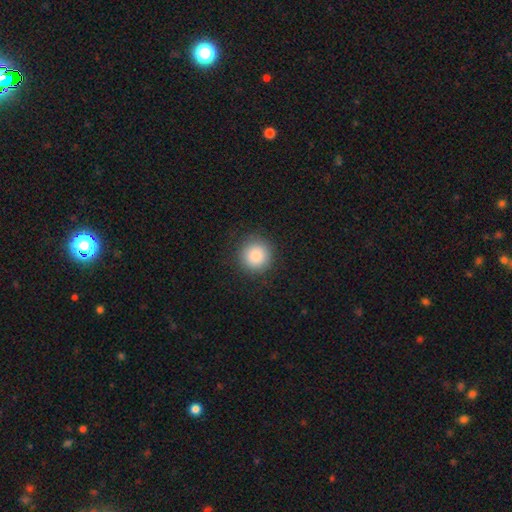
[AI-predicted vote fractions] Q: Smooth or featured?
A: smooth (86%); runner-up: star or artifact (9%)
Q: How rounded?
A: round (95%); runner-up: in between (4%)
Q: Merging?
A: none (90%); runner-up: minor disturbance (7%)